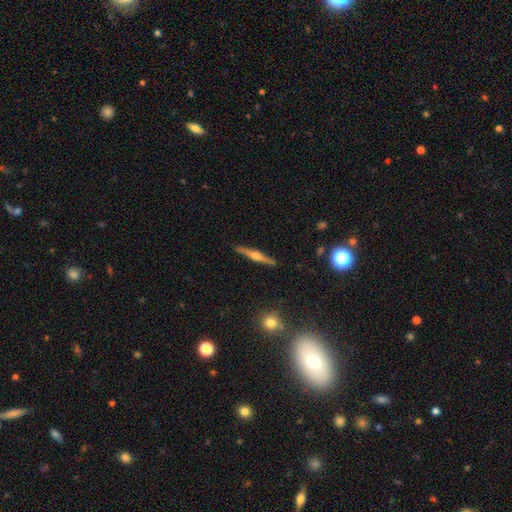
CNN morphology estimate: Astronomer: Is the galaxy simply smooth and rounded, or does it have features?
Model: featured or disk — 76%.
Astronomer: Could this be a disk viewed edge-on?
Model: yes — 98%.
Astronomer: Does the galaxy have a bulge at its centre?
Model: rounded — 93%.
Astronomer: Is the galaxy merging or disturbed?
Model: none — 91%.